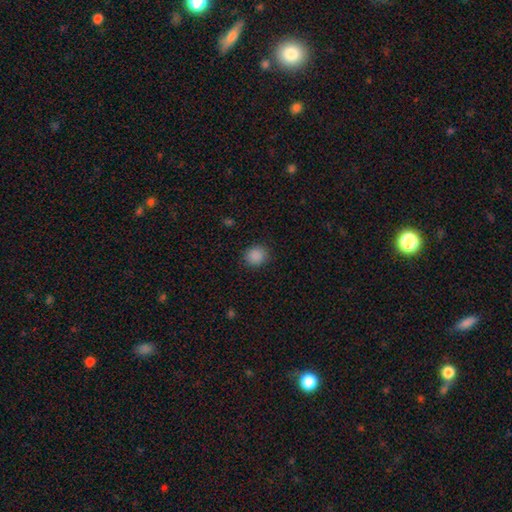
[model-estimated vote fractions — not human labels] smooth_or_featured: smooth (p=0.87) [alt: star or artifact p=0.10]
how_rounded: round (p=0.80) [alt: in between p=0.19]
merging: none (p=0.88) [alt: minor disturbance p=0.08]